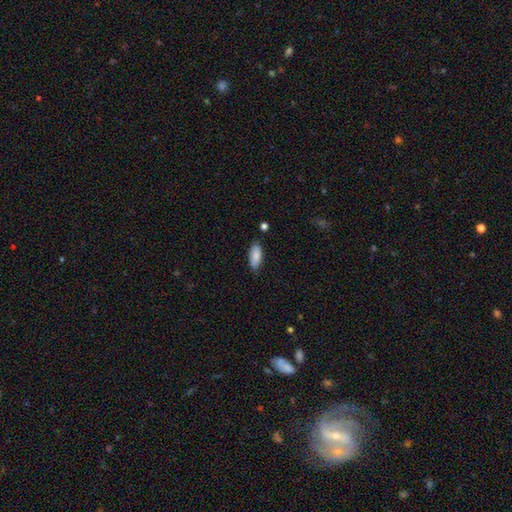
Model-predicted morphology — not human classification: type=smooth (87%); roundness=in between (84%); merging=none (82%).